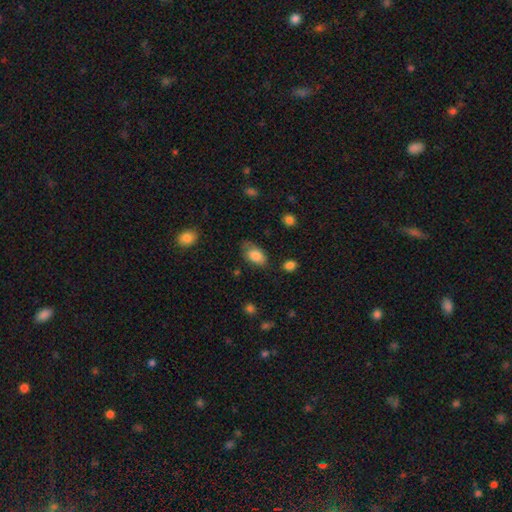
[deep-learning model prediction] Smooth or featured: smooth — 79% (featured or disk — 14%)
How rounded: in between — 93% (round — 5%)
Merging: none — 58% (minor disturbance — 29%)